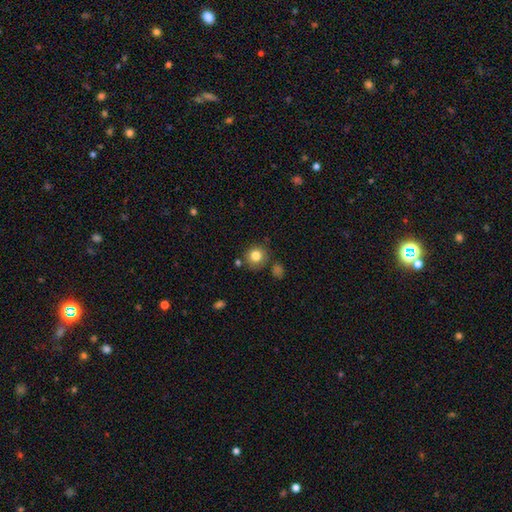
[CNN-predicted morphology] Overall: smooth (82%). How rounded: round (88%). Merging: none (79%).